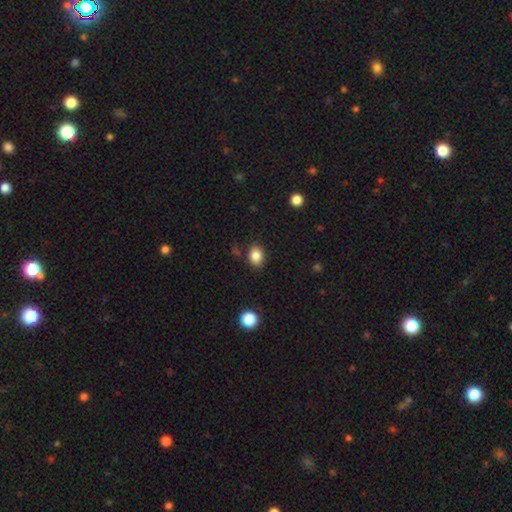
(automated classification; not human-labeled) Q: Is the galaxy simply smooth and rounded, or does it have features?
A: smooth — 85%.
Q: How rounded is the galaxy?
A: in between — 64%.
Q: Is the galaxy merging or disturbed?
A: none — 85%.